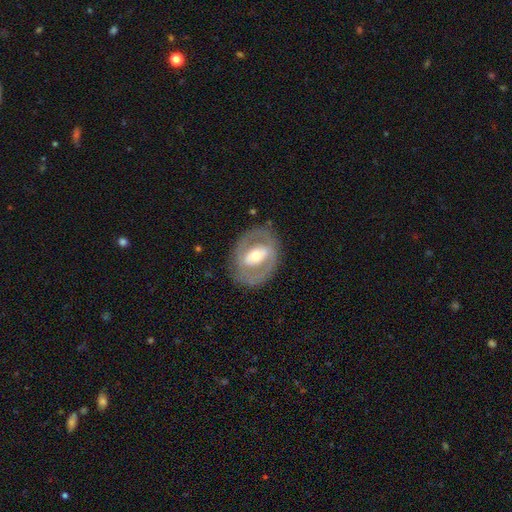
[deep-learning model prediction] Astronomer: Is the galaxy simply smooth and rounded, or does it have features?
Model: featured or disk — 71%.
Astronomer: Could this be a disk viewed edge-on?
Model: no — 94%.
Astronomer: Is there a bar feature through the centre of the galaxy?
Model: strong — 36% (runner-up: weak, 34%).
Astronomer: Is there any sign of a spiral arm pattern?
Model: no — 59% (runner-up: yes, 41%).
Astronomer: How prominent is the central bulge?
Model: moderate — 63%.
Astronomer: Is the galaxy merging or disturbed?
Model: none — 78%.